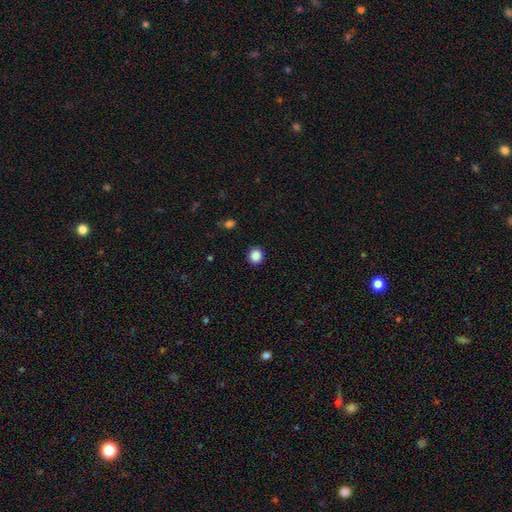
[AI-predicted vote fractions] smooth 88%, star or artifact 10%, featured or disk 2%. Down the decision tree: how rounded — round (85%); merging — none (91%).